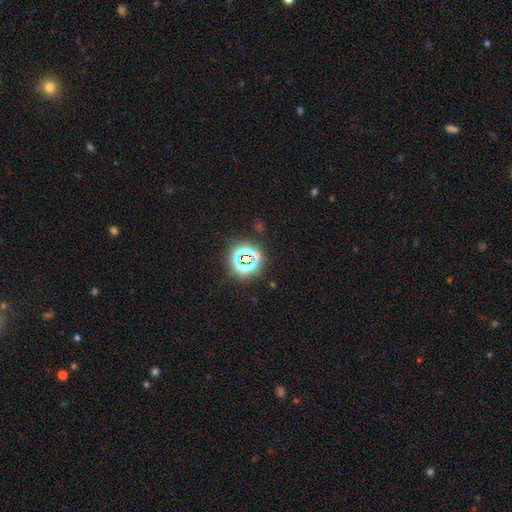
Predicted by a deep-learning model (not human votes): Smooth or featured? star or artifact (76%)